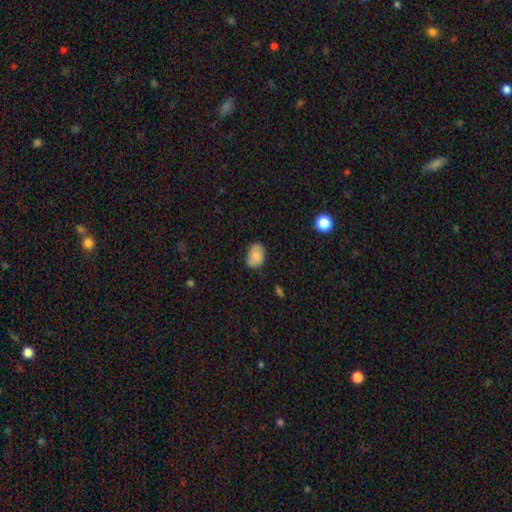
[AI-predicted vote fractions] Overall: smooth (82%). How rounded: in between (79%). Merging: none (67%).